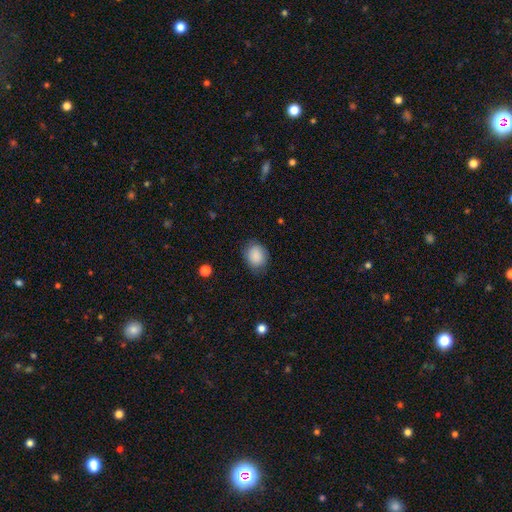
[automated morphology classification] A smooth galaxy with no disk features (88%) that is round (52%).

Vote fractions:
- Smooth or featured? smooth: 88% / star or artifact: 7% / featured or disk: 4%
- How rounded? round: 52% / in between: 47% / cigar-shaped: 1%
- Merging? none: 78% / minor disturbance: 17% / major disturbance: 4% / merger: 1%